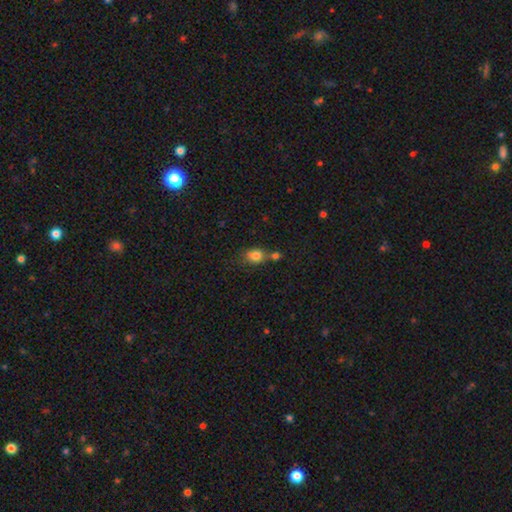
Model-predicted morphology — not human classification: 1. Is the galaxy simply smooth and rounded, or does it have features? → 80% smooth, 11% star or artifact, 9% featured or disk.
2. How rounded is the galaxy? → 58% round, 40% in between, 2% cigar-shaped.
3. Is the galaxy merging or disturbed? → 42% none, 38% merger, 14% minor disturbance, 6% major disturbance.